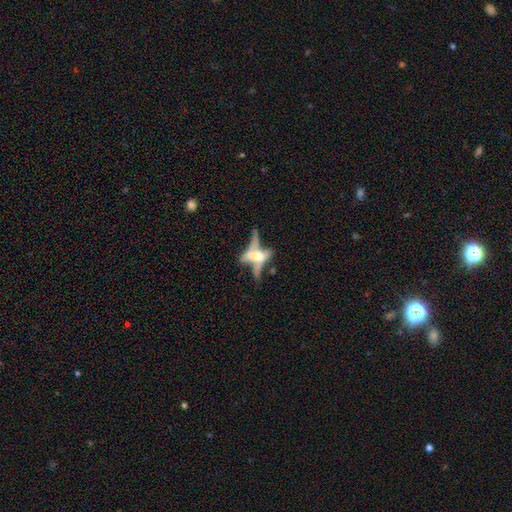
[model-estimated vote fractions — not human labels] The model was most divided on "merging": none: 39%, merger: 27%, major disturbance: 20%, minor disturbance: 15%. More confident: edge-on disk — yes (73%); smooth or featured — featured or disk (66%).